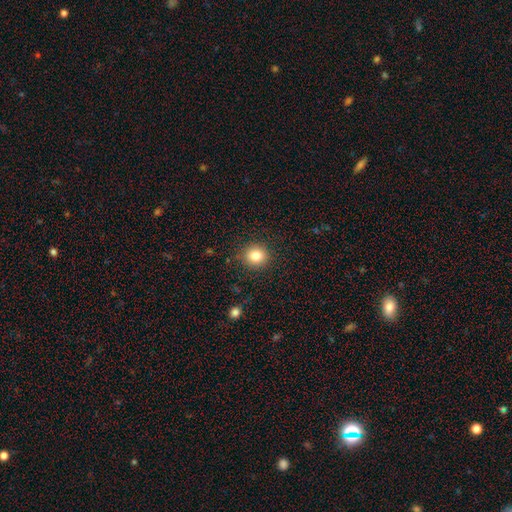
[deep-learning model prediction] A smooth galaxy with no disk features (83%) that is round (88%). Merging: none (89%).